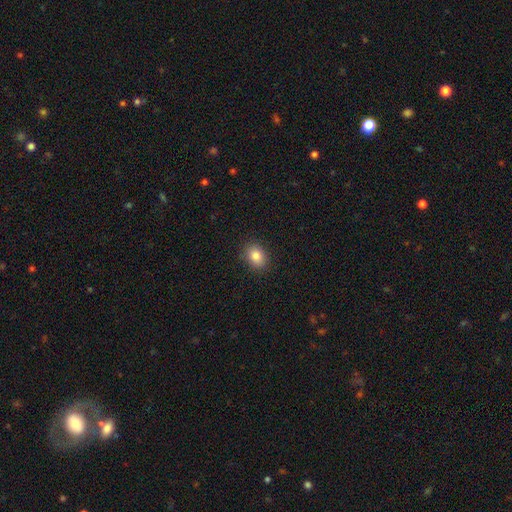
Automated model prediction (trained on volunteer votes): smooth 84%, star or artifact 9%, featured or disk 7%. Down the decision tree: how rounded — in between (65%); merging — none (88%).